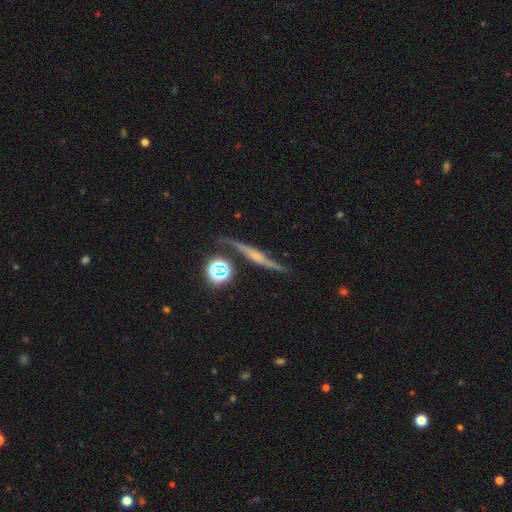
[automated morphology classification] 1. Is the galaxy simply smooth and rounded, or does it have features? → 75% featured or disk, 14% smooth, 11% star or artifact.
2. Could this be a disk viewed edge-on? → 90% yes, 10% no.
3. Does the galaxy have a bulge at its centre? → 70% rounded, 19% none, 11% boxy.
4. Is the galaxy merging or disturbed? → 78% none, 15% minor disturbance, 4% major disturbance, 4% merger.